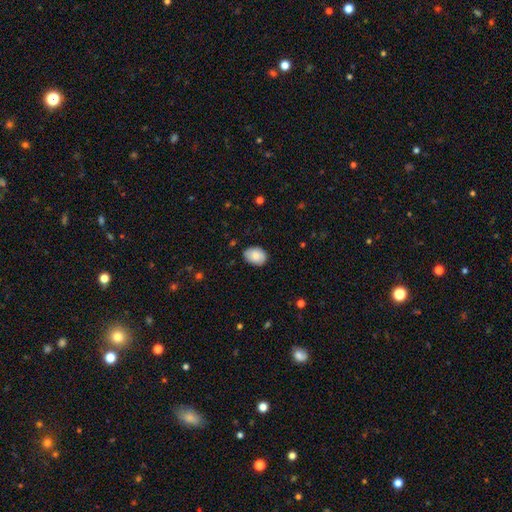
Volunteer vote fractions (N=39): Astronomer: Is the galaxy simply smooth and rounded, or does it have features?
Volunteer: smooth — 82%.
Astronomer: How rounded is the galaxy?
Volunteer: in between — 72%.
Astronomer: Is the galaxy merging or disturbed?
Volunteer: none — 84%.